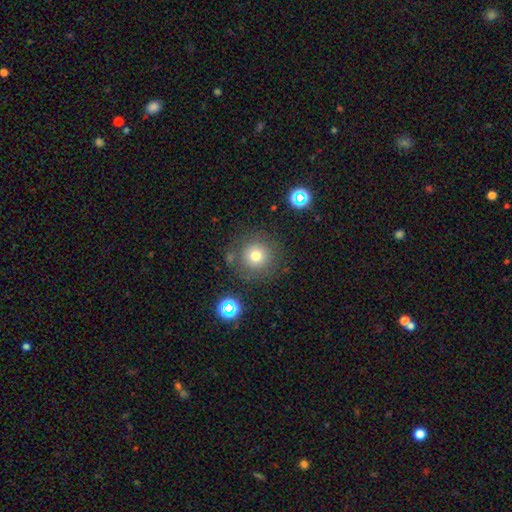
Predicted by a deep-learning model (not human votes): A smooth galaxy with no disk features (74%) that is round (95%).

Vote fractions:
- Smooth or featured? smooth: 74% / star or artifact: 14% / featured or disk: 11%
- How rounded? round: 95% / in between: 4% / cigar-shaped: 1%
- Merging? none: 82% / minor disturbance: 10% / major disturbance: 5% / merger: 4%